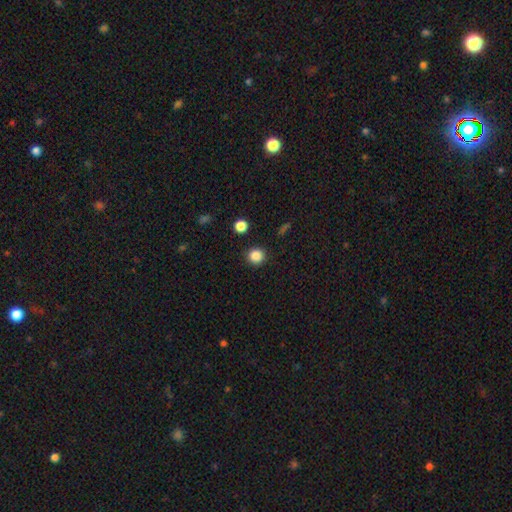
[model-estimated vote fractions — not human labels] Smooth or featured?
  - smooth: 86% *
  - star or artifact: 11%
  - featured or disk: 3%
How rounded?
  - round: 91% *
  - in between: 8%
  - cigar-shaped: 1%
Merging?
  - none: 91% *
  - minor disturbance: 5%
  - major disturbance: 2%
  - merger: 2%